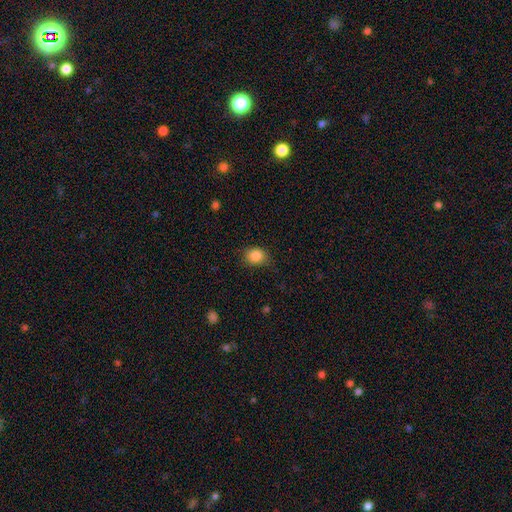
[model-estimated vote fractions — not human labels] smooth_or_featured: smooth (p=0.86) [alt: star or artifact p=0.10]
how_rounded: round (p=0.56) [alt: in between p=0.43]
merging: none (p=0.77) [alt: minor disturbance p=0.18]